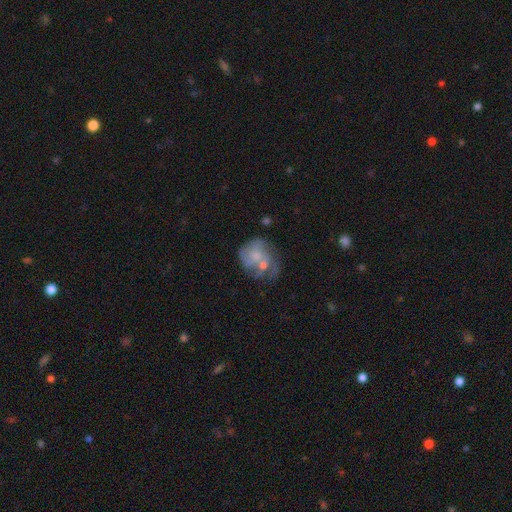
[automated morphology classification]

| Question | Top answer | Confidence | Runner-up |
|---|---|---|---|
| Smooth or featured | featured or disk | 51% | smooth (41%) |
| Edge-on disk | no | 98% | yes (2%) |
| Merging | none | 35% | merger (27%) |